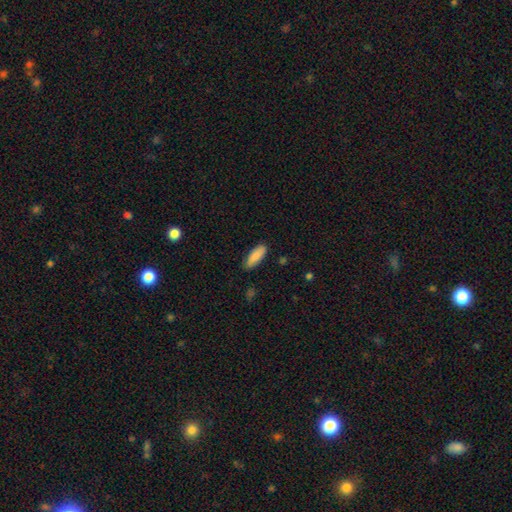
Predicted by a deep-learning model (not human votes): smooth_or_featured: smooth (p=0.86) [alt: featured or disk p=0.08]
how_rounded: in between (p=0.69) [alt: cigar-shaped p=0.29]
merging: none (p=0.84) [alt: minor disturbance p=0.12]